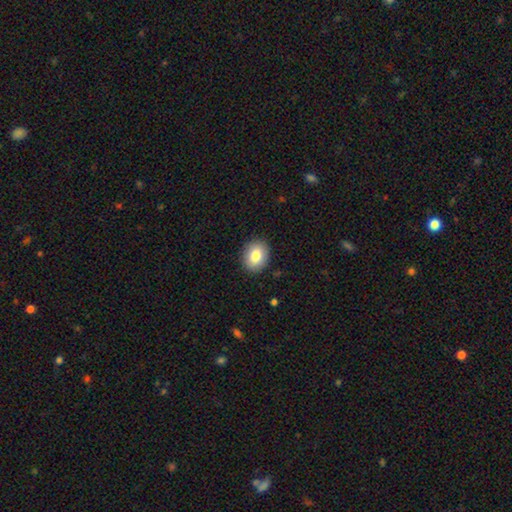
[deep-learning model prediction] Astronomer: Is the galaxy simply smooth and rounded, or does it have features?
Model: smooth — 83%.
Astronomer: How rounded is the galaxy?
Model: in between — 54% (runner-up: round, 45%).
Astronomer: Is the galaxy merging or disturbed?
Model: none — 90%.